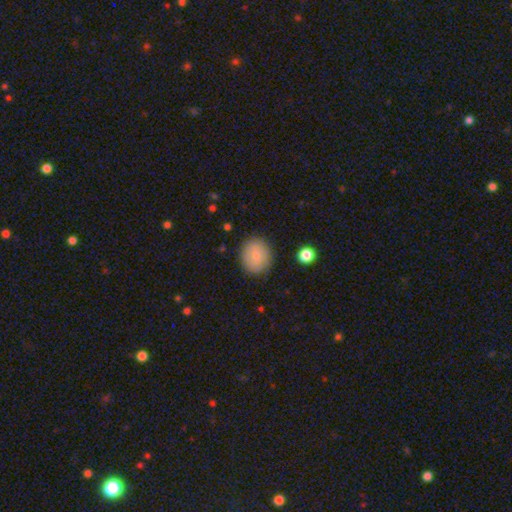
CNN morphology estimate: This appears to be a smooth galaxy with no disk features (82%) that is round (72%). Merging: none (85%).